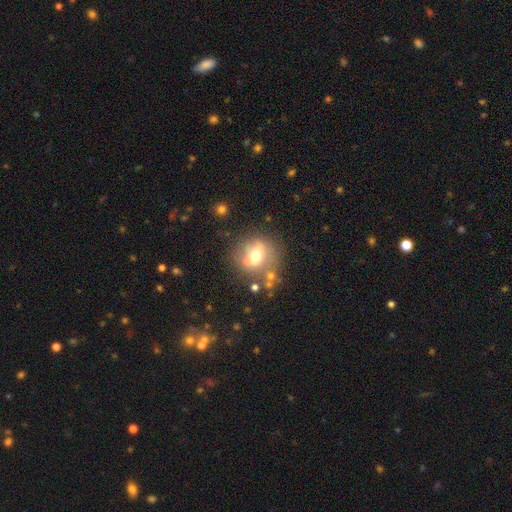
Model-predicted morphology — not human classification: A smooth galaxy with no disk features (53%) that is round (82%). Merging: none (56%).